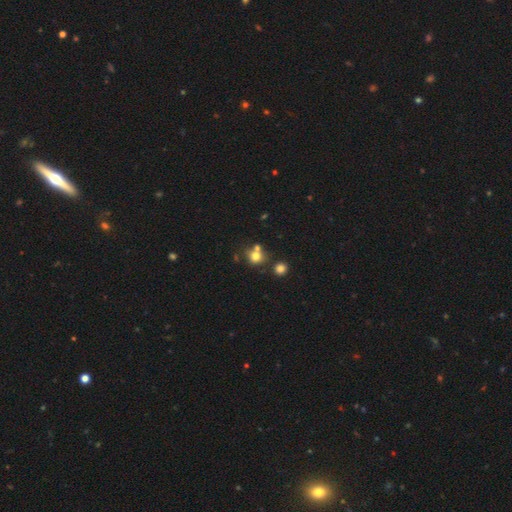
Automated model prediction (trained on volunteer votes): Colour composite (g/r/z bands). It shows a smooth galaxy with no disk features (75%) that is round (84%). Merging: none (58%).